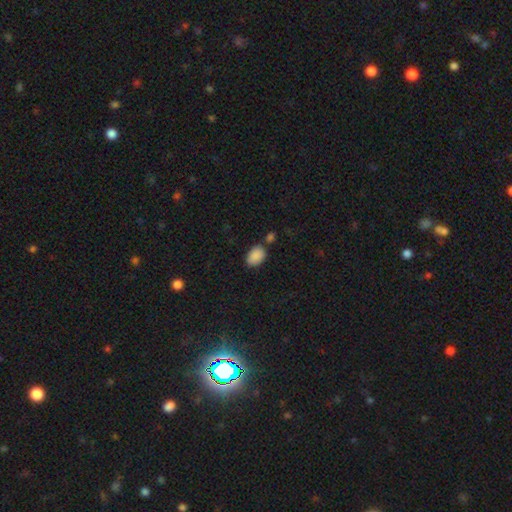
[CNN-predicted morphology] Smooth or featured: smooth — 88% (star or artifact — 8%)
How rounded: in between — 85% (round — 14%)
Merging: none — 70% (minor disturbance — 16%)